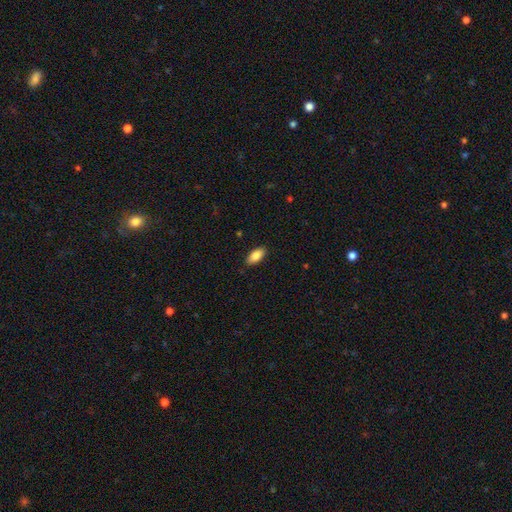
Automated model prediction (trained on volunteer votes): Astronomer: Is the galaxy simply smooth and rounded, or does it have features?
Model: smooth — 86%.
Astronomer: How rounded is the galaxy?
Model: in between — 91%.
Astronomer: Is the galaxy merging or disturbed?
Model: none — 87%.